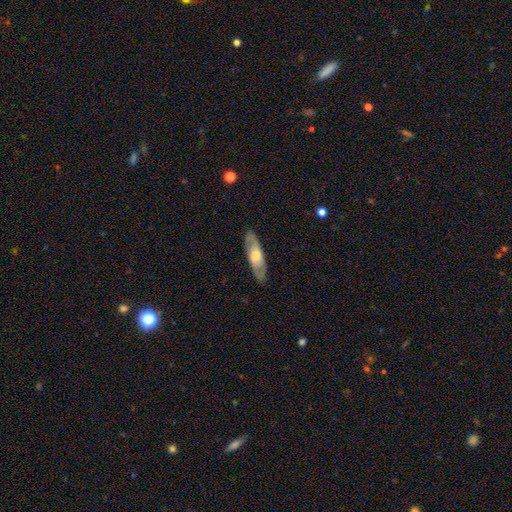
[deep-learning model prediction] smooth-or-featured: featured or disk: 50% | smooth: 45% | star or artifact: 5%
  disk-edge-on: no: 54% | yes: 46%
  merging: none: 86% | minor disturbance: 10% | major disturbance: 3% | merger: 1%